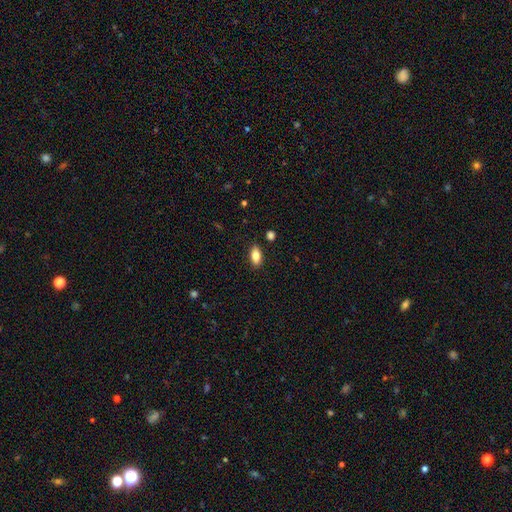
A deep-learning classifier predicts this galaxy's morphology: Overall: smooth (81%). How rounded: in between (88%). Merging: none (87%).